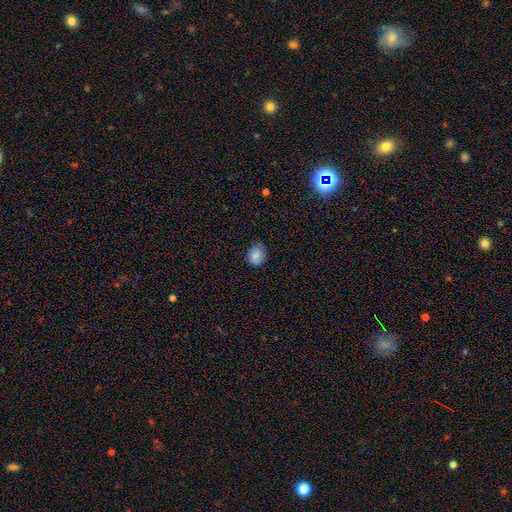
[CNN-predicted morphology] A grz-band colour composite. It shows a smooth galaxy with no disk features (80%) that is in between round and cigar-shaped (51%). Merging: none (71%).